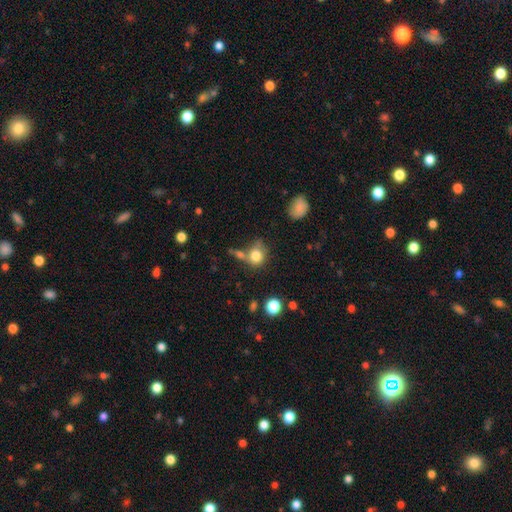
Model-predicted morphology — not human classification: Smooth or featured? Predicted: smooth (p=0.79). How rounded? Predicted: round (p=0.72). Merging? Predicted: none (p=0.45).